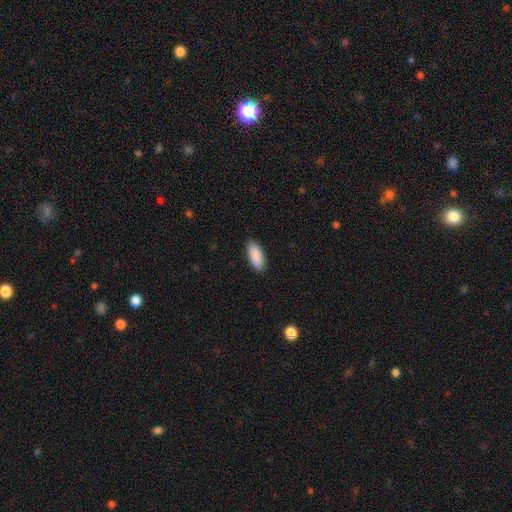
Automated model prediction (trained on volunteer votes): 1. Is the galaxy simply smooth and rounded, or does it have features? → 90% smooth, 6% star or artifact, 5% featured or disk.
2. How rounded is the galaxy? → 87% in between, 12% cigar-shaped, 2% round.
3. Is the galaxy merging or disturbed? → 89% none, 8% minor disturbance, 2% major disturbance, 1% merger.